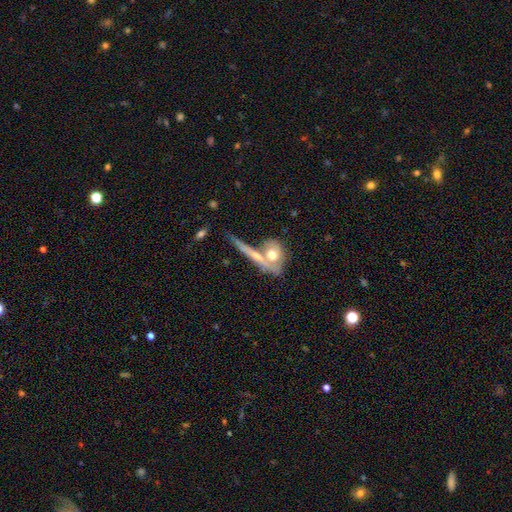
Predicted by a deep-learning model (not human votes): Morphology: type=smooth (50%); merging=none (41%).